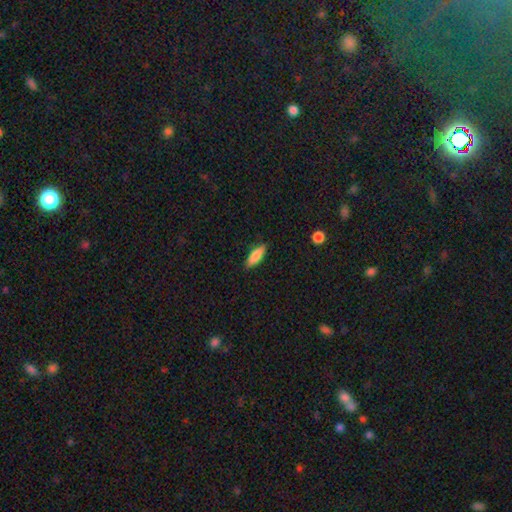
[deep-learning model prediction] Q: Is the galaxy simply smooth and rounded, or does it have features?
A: smooth — 82%.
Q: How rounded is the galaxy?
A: in between — 60%.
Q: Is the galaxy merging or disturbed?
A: none — 85%.